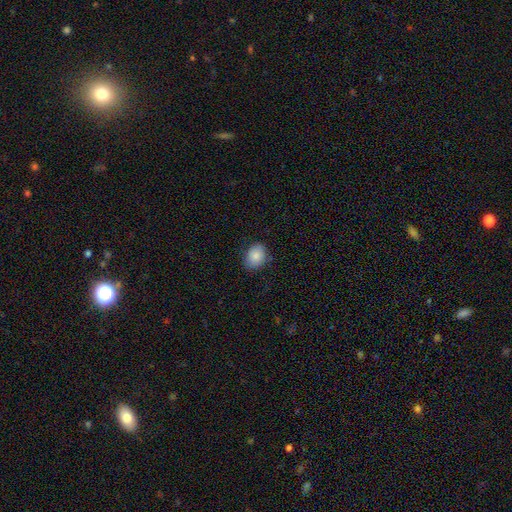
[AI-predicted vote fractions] This is clearly a smooth galaxy (86%). How rounded: likely in between (63%). Merging: likely none (80%).